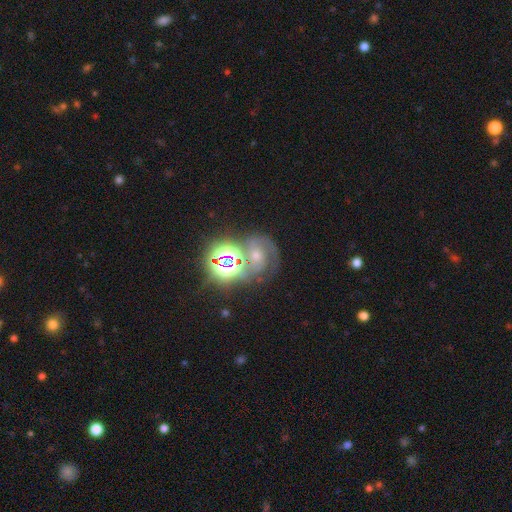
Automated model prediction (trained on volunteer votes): A featured or disk galaxy (48%). Merging: none (54%).